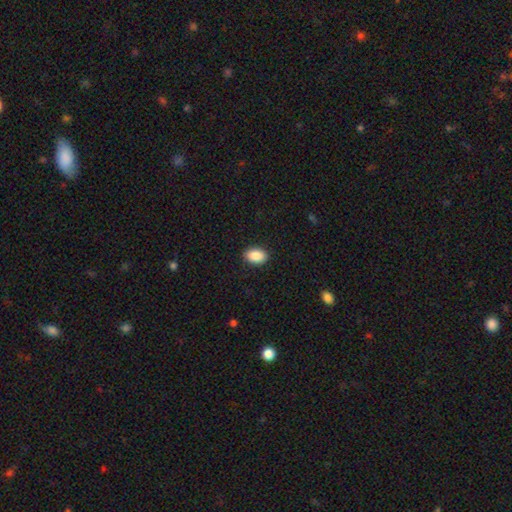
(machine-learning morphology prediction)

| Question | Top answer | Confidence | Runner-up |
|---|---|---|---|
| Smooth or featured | smooth | 89% | star or artifact (7%) |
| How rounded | in between | 87% | round (11%) |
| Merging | none | 90% | minor disturbance (8%) |